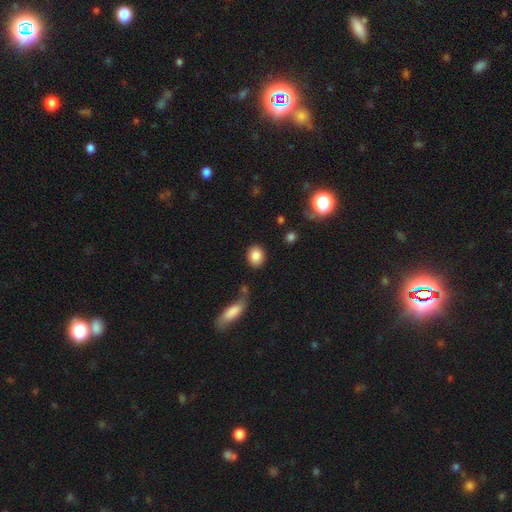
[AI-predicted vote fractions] A smooth galaxy with no disk features (85%) that is round (55%).

Vote fractions:
- Smooth or featured? smooth: 85% / star or artifact: 8% / featured or disk: 7%
- How rounded? round: 55% / in between: 43% / cigar-shaped: 1%
- Merging? none: 84% / minor disturbance: 9% / merger: 4% / major disturbance: 3%